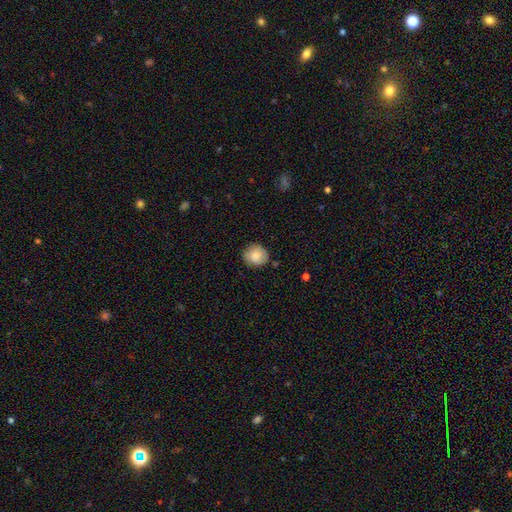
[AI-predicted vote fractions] A smooth galaxy with no disk features (82%) that is round (84%).

Vote fractions:
- Smooth or featured? smooth: 82% / featured or disk: 11% / star or artifact: 7%
- How rounded? round: 84% / in between: 15% / cigar-shaped: 1%
- Merging? none: 79% / minor disturbance: 16% / major disturbance: 3% / merger: 2%